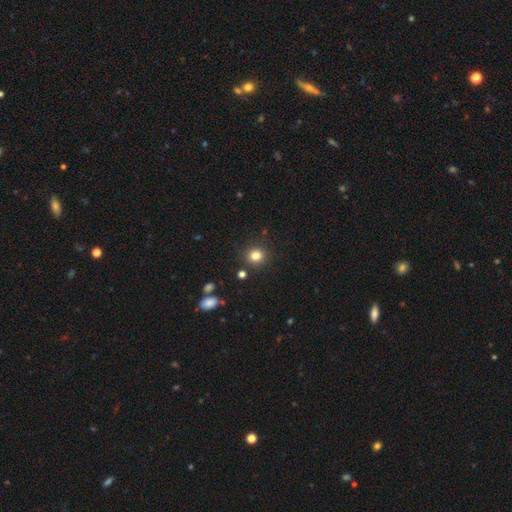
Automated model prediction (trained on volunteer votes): A smooth galaxy with no disk features (81%) that is round (87%). Merging: none (88%).